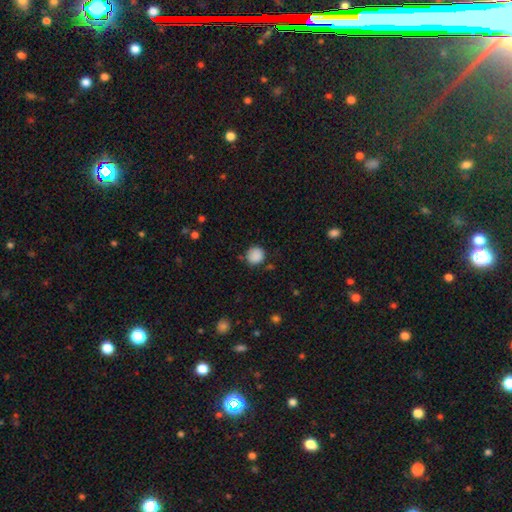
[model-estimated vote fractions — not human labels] Morphology: type=smooth (87%); roundness=round (87%); merging=none (78%).